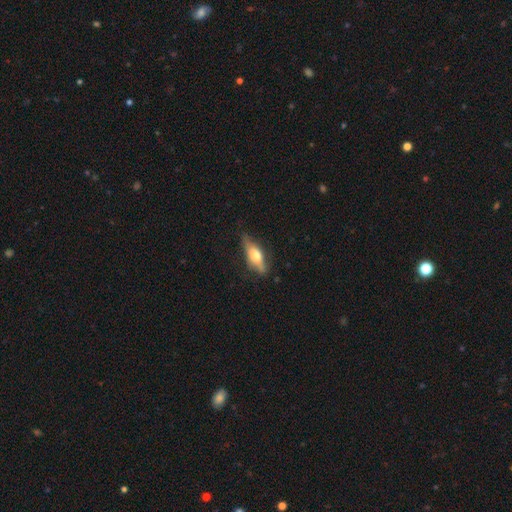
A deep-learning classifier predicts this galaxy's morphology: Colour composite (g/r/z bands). It shows a smooth galaxy with no disk features (55%) that is in between round and cigar-shaped (59%). Merging: none (70%).